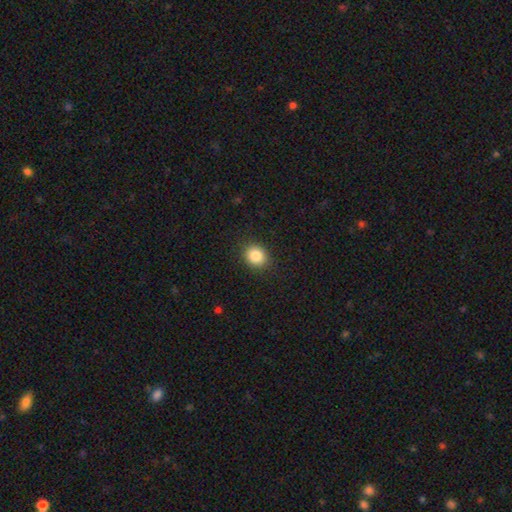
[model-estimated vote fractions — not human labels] smooth_or_featured: smooth (p=0.85) [alt: star or artifact p=0.10]
how_rounded: round (p=0.73) [alt: in between p=0.26]
merging: none (p=0.90) [alt: minor disturbance p=0.07]